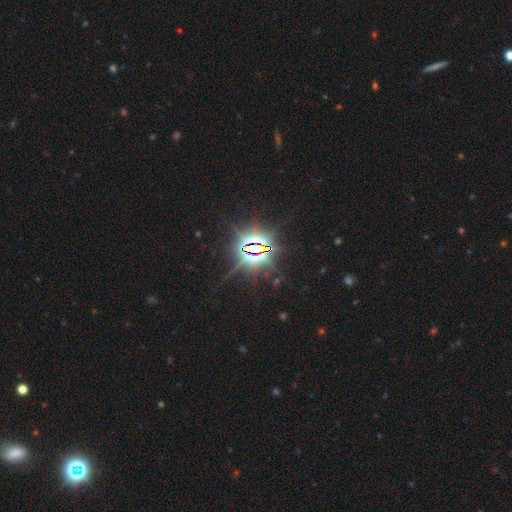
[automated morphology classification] This appears to be a star or artifact, not a galaxy (85%).